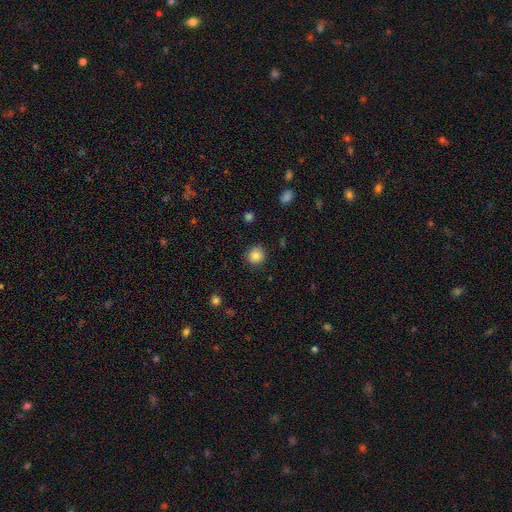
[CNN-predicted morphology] Smooth or featured? Predicted: smooth (p=0.85). How rounded? Predicted: round (p=0.93). Merging? Predicted: none (p=0.89).